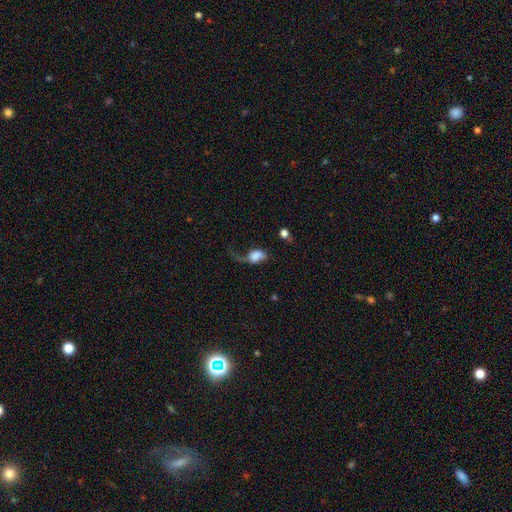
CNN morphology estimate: Overall: smooth (53%; featured or disk 36%). How rounded: in between (75%). Merging: major disturbance (52%; none 23%).